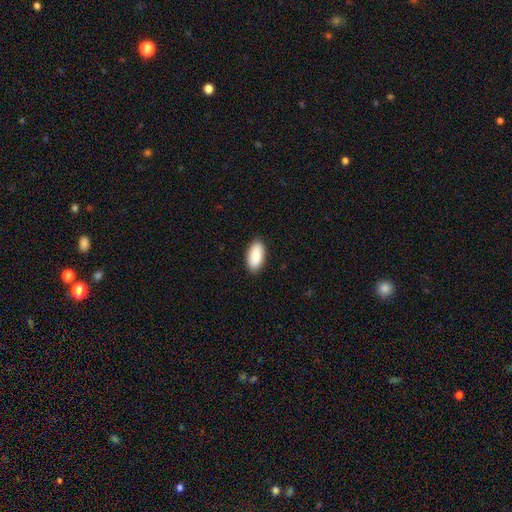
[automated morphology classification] This appears to be a smooth galaxy with no disk features (84%) that is in between round and cigar-shaped (94%). Merging: none (89%).